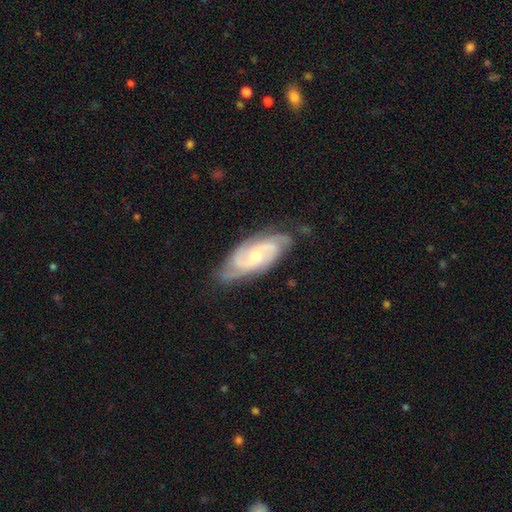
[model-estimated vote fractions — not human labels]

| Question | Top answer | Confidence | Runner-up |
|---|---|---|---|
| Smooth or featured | featured or disk | 87% | smooth (8%) |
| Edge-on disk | no | 94% | yes (6%) |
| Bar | no | 56% | weak (36%) |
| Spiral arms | yes | 97% | no (3%) |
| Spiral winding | tight | 51% | medium (41%) |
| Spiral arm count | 2 | 38% | 3 (36%) |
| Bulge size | moderate | 51% | small (45%) |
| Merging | none | 75% | minor disturbance (19%) |